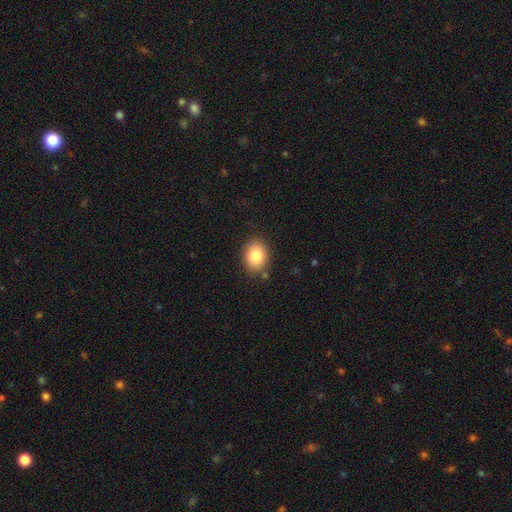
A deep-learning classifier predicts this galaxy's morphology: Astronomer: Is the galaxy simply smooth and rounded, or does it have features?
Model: smooth — 82%.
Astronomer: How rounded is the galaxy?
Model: in between — 54% (runner-up: round, 45%).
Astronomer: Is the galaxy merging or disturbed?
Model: none — 85%.